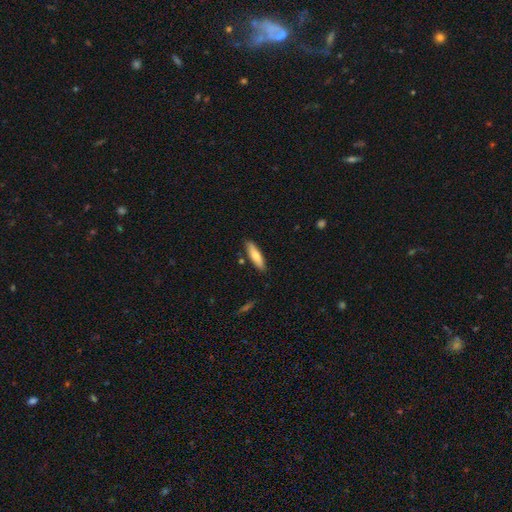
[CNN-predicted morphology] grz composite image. It shows a smooth galaxy with no disk features (72%) that is cigar-shaped (63%). Merging: none (86%).